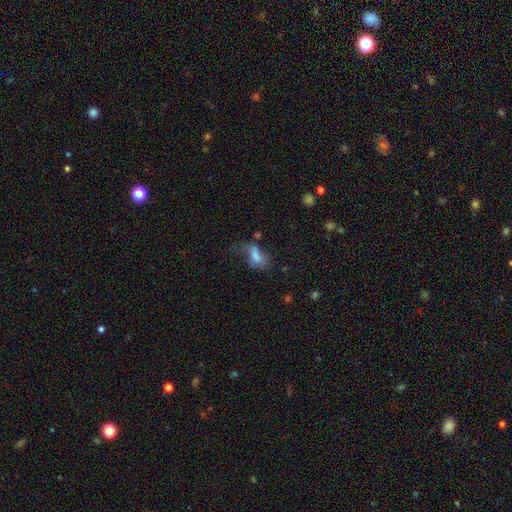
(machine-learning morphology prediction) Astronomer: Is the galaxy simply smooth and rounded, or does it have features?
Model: smooth — 67%.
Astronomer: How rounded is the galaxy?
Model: in between — 85%.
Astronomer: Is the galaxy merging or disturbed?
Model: major disturbance — 42% (runner-up: none, 26%).